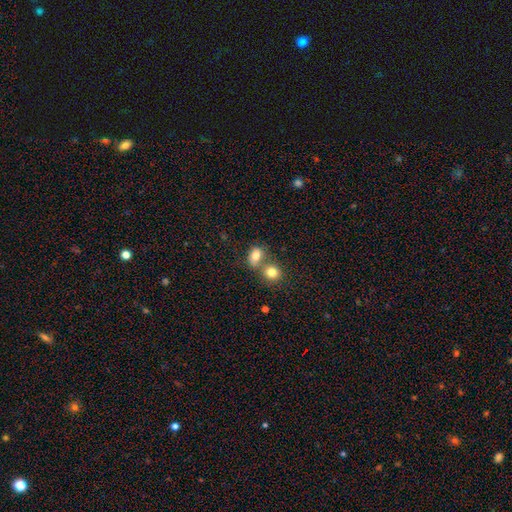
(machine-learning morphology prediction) This is likely a smooth galaxy (79%). How rounded: likely in between (68%). Merging: possibly merger (48%).